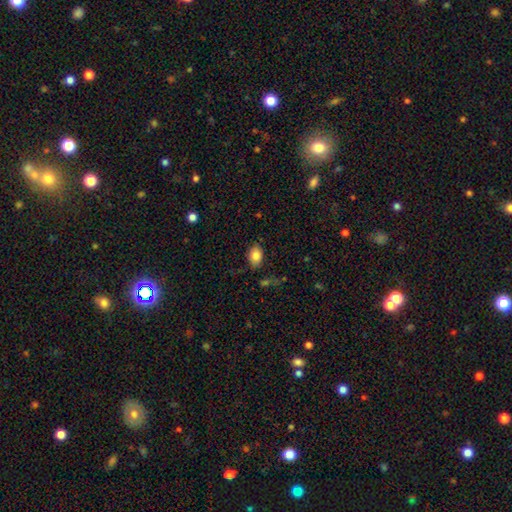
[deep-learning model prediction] The model was most divided on "merging": none: 80%, minor disturbance: 15%, major disturbance: 4%, merger: 2%. More confident: smooth or featured — smooth (84%); how rounded — in between (83%).